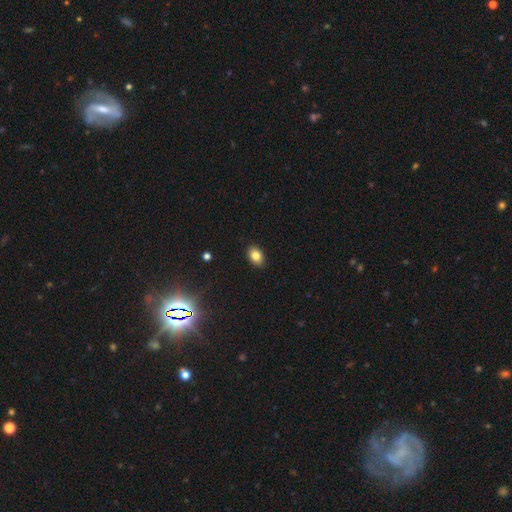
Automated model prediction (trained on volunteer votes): smooth-or-featured: smooth: 83% | star or artifact: 10% | featured or disk: 7%
  how-rounded: in between: 79% | round: 19% | cigar-shaped: 1%
  merging: none: 89% | minor disturbance: 8% | major disturbance: 2% | merger: 1%